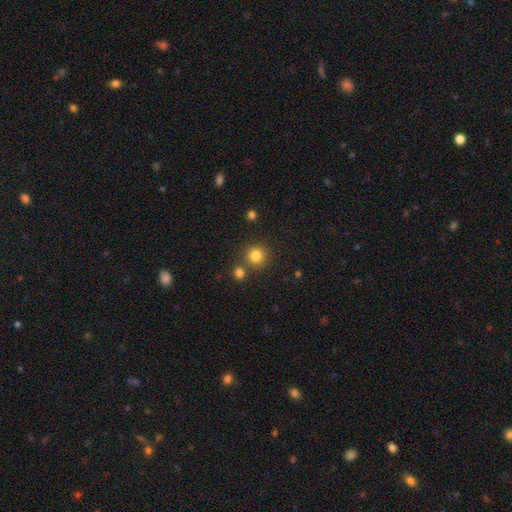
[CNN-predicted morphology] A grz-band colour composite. It shows a smooth galaxy with no disk features (82%) that is round (92%). Merging: none (79%).